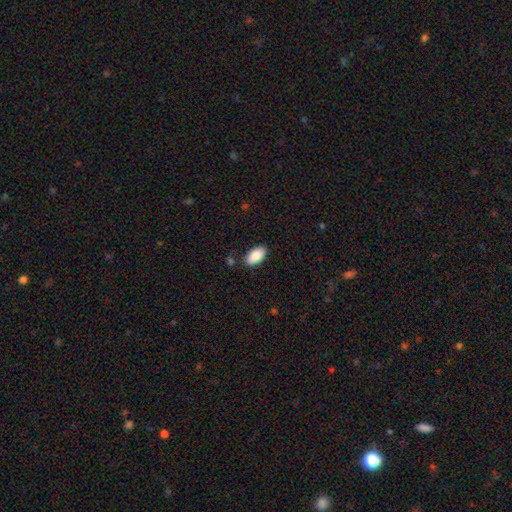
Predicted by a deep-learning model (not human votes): The model was most divided on "merging": none: 84%, minor disturbance: 11%, major disturbance: 3%, merger: 3%. More confident: how rounded — in between (94%); smooth or featured — smooth (89%).